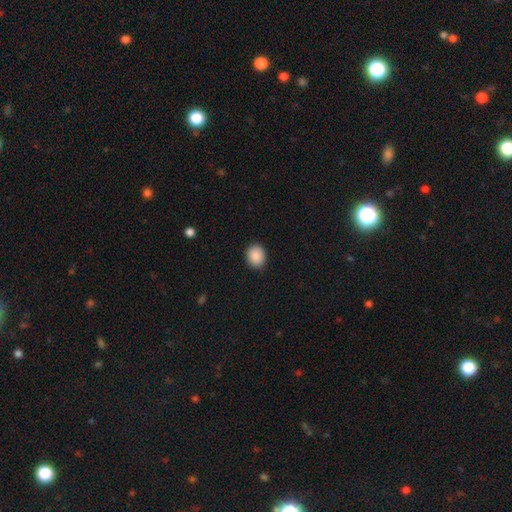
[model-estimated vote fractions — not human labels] The model was most divided on "how rounded": round: 62%, in between: 37%, cigar-shaped: 1%. More confident: smooth or featured — smooth (90%); merging — none (89%).